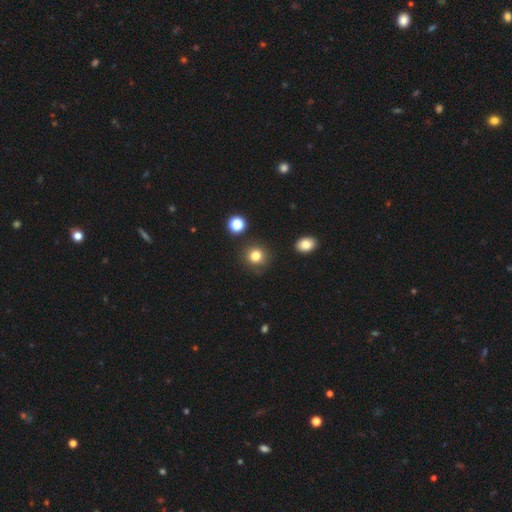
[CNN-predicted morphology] Smooth or featured? smooth (81%)
How rounded? round (88%)
Merging? none (85%)